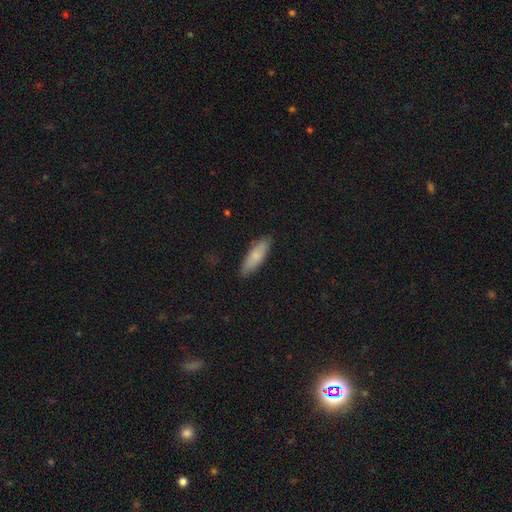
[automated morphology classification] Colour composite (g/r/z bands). It shows a smooth galaxy with no disk features (80%) that is in between round and cigar-shaped (51%). Merging: none (87%).